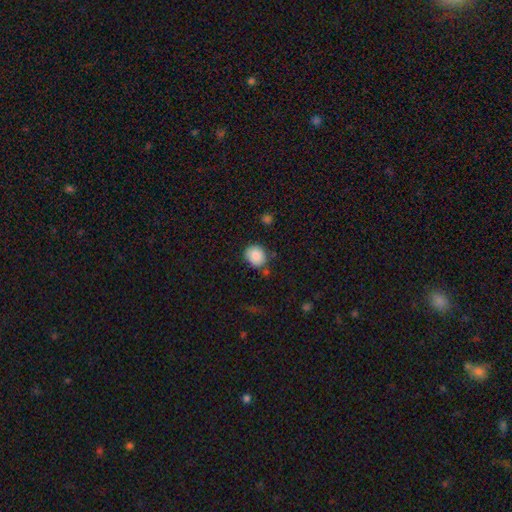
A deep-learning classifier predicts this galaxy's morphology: Smooth or featured: smooth — 87% (star or artifact — 8%)
How rounded: round — 68% (in between — 31%)
Merging: none — 76% (minor disturbance — 15%)